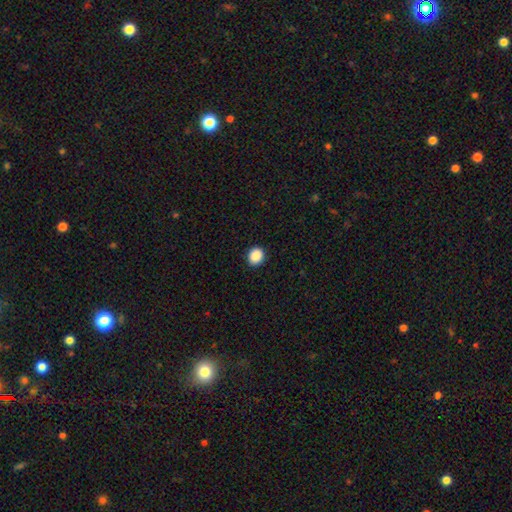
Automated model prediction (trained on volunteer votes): The model was most divided on "how rounded": round: 78%, in between: 21%, cigar-shaped: 1%. More confident: merging — none (91%); smooth or featured — smooth (89%).